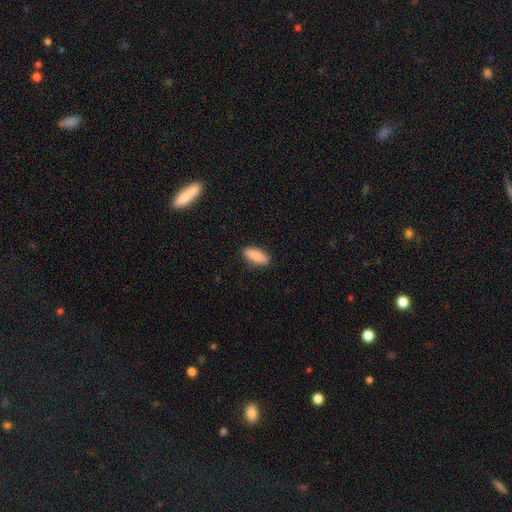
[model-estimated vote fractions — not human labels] This appears to be a smooth galaxy with no disk features (87%) that is in between round and cigar-shaped (73%). Merging: none (87%).